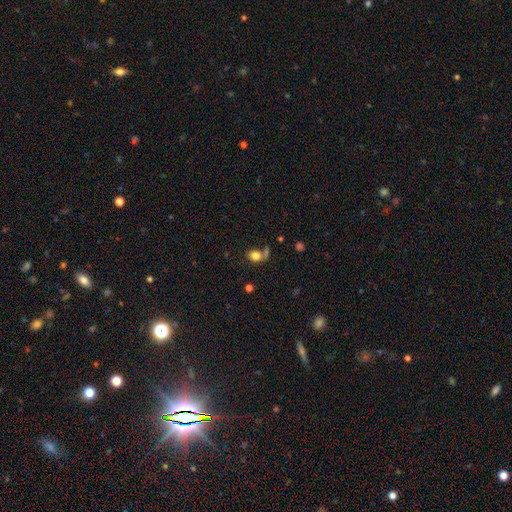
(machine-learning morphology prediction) Smooth or featured?
  - smooth: 79% *
  - star or artifact: 11%
  - featured or disk: 10%
How rounded?
  - in between: 57% *
  - round: 41%
  - cigar-shaped: 2%
Merging?
  - none: 46% *
  - merger: 27%
  - minor disturbance: 15%
  - major disturbance: 12%